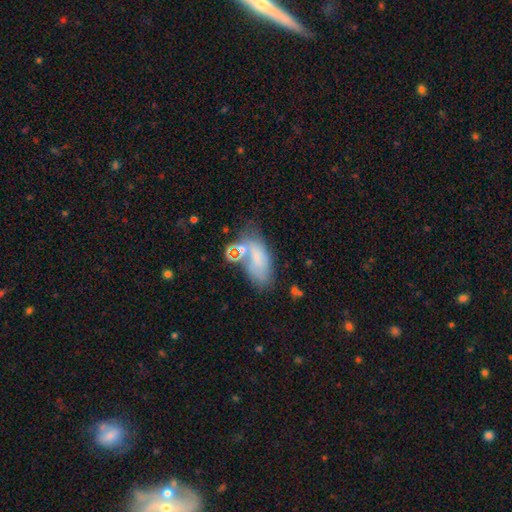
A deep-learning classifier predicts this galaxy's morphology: Smooth or featured?
  - smooth: 65% *
  - featured or disk: 22%
  - star or artifact: 13%
How rounded?
  - in between: 87% *
  - cigar-shaped: 8%
  - round: 5%
Merging?
  - none: 47% *
  - minor disturbance: 24%
  - merger: 16%
  - major disturbance: 13%